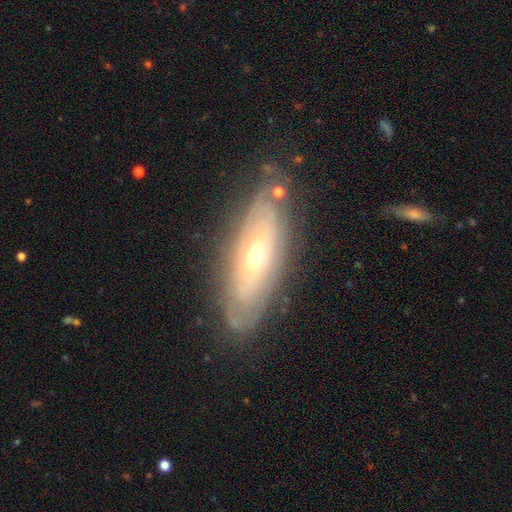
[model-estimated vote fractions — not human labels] A featured or disk galaxy (68%) with no bar (77%), spiral arms (63%) and a moderate central bulge (49%). Merging: none (74%).